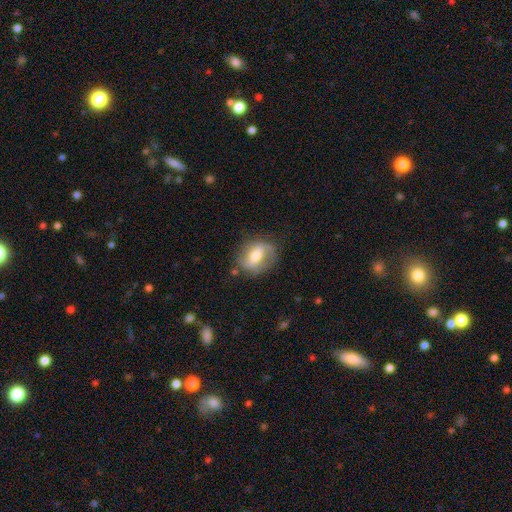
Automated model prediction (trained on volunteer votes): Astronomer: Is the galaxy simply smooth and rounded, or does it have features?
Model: featured or disk — 55% (runner-up: smooth, 38%).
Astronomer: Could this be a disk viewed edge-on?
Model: no — 94%.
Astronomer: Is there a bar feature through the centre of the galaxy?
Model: weak — 41% (runner-up: strong, 34%).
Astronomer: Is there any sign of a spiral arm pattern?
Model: yes — 74%.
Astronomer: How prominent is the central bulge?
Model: moderate — 64%.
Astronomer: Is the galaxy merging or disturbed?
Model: none — 71%.